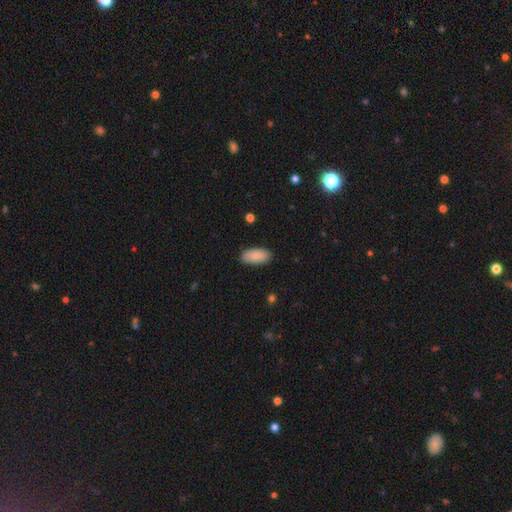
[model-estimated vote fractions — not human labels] smooth_or_featured: smooth (p=0.90) [alt: star or artifact p=0.06]
how_rounded: in between (p=0.90) [alt: cigar-shaped p=0.08]
merging: none (p=0.88) [alt: minor disturbance p=0.09]